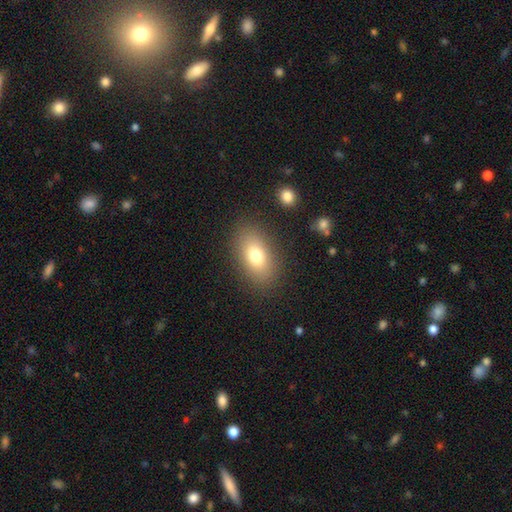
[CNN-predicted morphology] The model was most divided on "smooth or featured": smooth: 76%, featured or disk: 14%, star or artifact: 10%. More confident: how rounded — in between (87%); merging — none (85%).